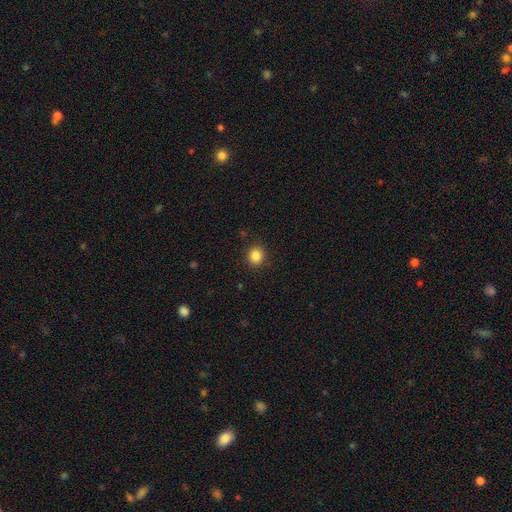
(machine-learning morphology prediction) Smooth or featured: smooth — 85% (star or artifact — 11%)
How rounded: round — 85% (in between — 14%)
Merging: none — 91% (minor disturbance — 6%)